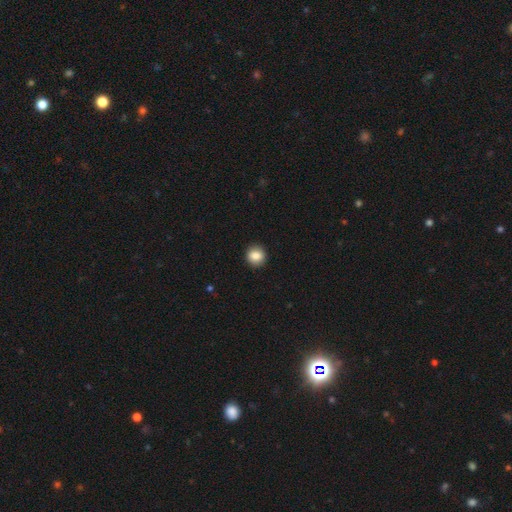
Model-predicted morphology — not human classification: The model was most divided on "smooth or featured": smooth: 86%, star or artifact: 9%, featured or disk: 5%. More confident: merging — none (92%); how rounded — round (90%).